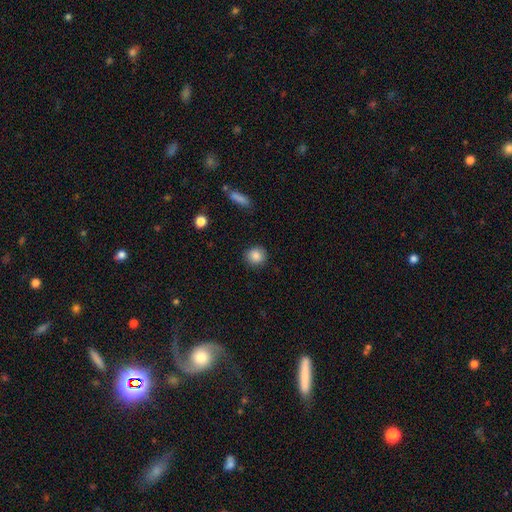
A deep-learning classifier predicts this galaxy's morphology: Smooth or featured? Predicted: smooth (p=0.87). How rounded? Predicted: round (p=0.87). Merging? Predicted: none (p=0.88).